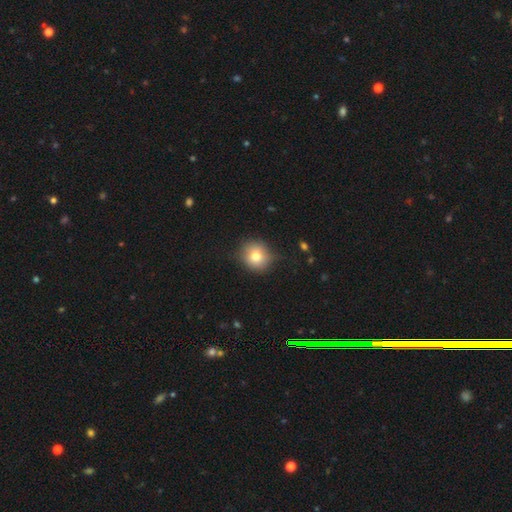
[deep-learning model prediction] smooth_or_featured: smooth (p=0.77) [alt: featured or disk p=0.12]
how_rounded: round (p=0.87) [alt: in between p=0.12]
merging: none (p=0.80) [alt: minor disturbance p=0.15]